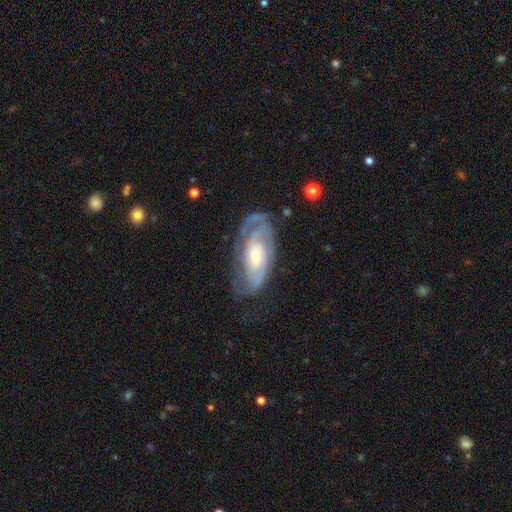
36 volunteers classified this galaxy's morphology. Smooth or featured? featured or disk (86%)
Edge-on disk? no (94%)
Bar? no (62%)
Spiral arms? yes (97%)
Spiral winding? tight (61%)
Spiral arm count? 2 (46%)
Bulge size? small (55%)
Merging? none (74%)